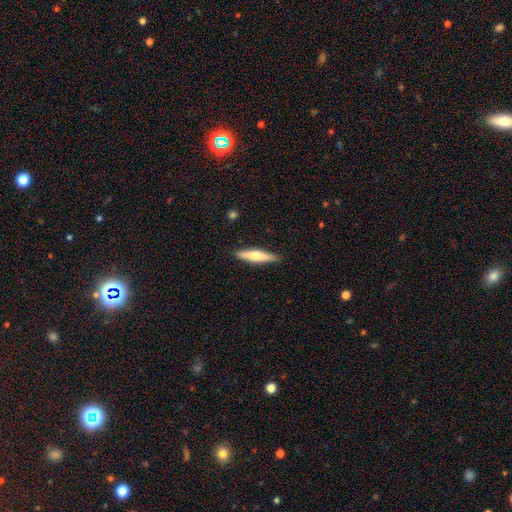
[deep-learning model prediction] smooth_or_featured: smooth (p=0.62) [alt: featured or disk p=0.33]
how_rounded: cigar-shaped (p=0.84) [alt: in between p=0.15]
merging: none (p=0.89) [alt: minor disturbance p=0.08]